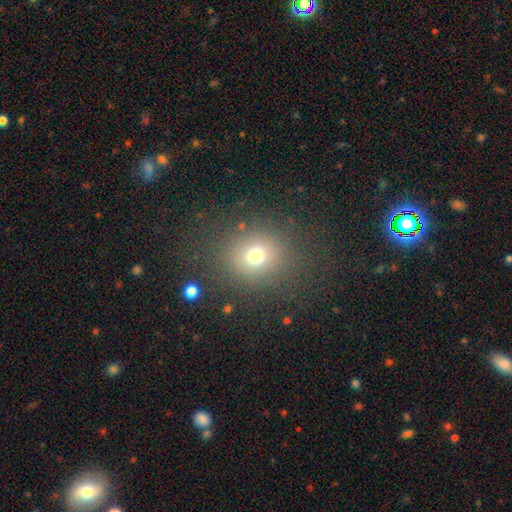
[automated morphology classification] This is likely a smooth galaxy (71%). How rounded: likely round (79%). Merging: clearly none (83%).